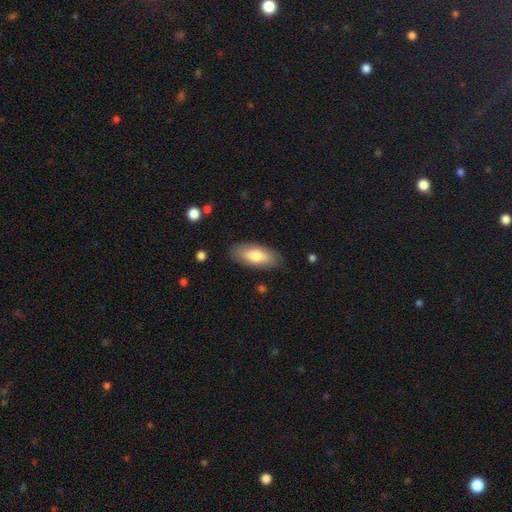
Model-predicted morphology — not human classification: Q: Smooth or featured?
A: smooth (72%); runner-up: featured or disk (23%)
Q: How rounded?
A: in between (85%); runner-up: cigar-shaped (13%)
Q: Merging?
A: none (84%); runner-up: minor disturbance (12%)